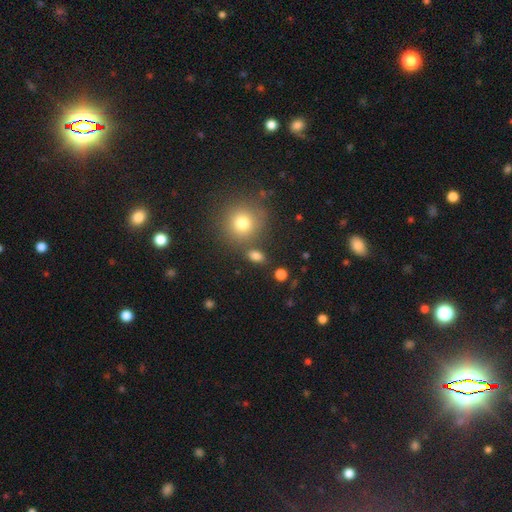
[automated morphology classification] smooth-or-featured: smooth: 80% | star or artifact: 14% | featured or disk: 7%
  how-rounded: in between: 69% | round: 27% | cigar-shaped: 4%
  merging: none: 75% | minor disturbance: 11% | merger: 10% | major disturbance: 4%